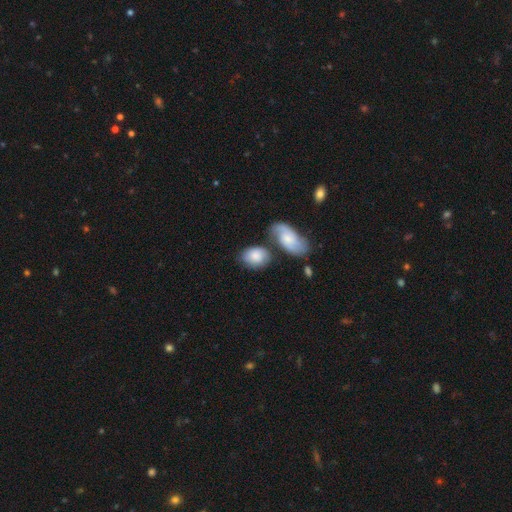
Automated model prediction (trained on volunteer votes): Smooth or featured? Predicted: smooth (p=0.69). How rounded? Predicted: in between (p=0.76). Merging? Predicted: none (p=0.49).